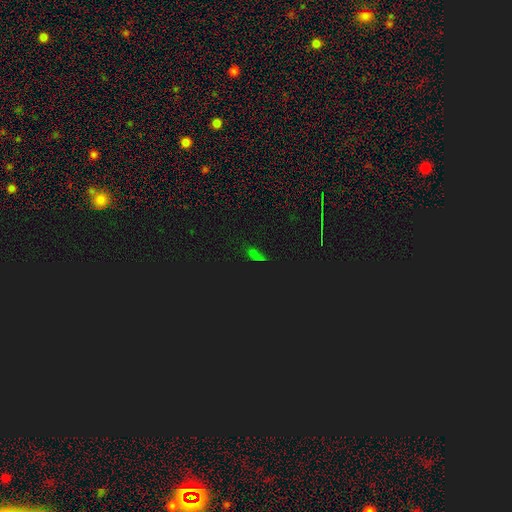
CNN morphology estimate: Overall: star or artifact (66%; smooth 26%).